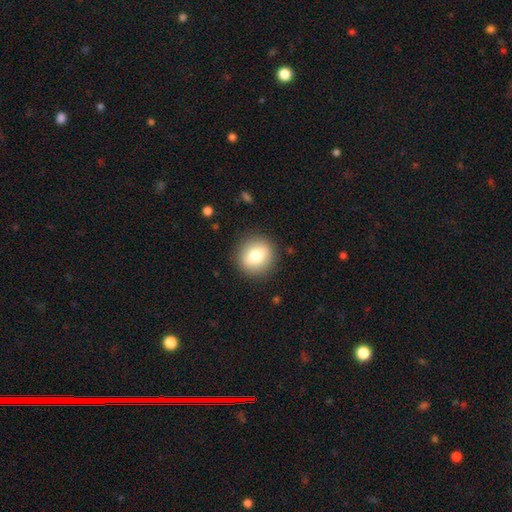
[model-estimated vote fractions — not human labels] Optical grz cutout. It shows a smooth galaxy with no disk features (76%) that is round (88%). Merging: none (90%).